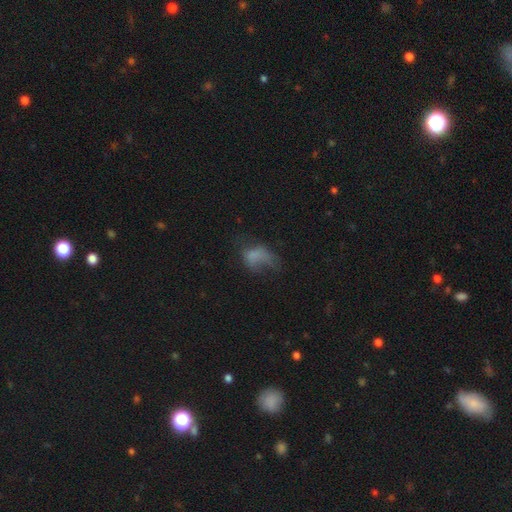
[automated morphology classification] Q: Smooth or featured?
A: smooth (53%); runner-up: featured or disk (31%)
Q: How rounded?
A: in between (78%); runner-up: round (19%)
Q: Merging?
A: major disturbance (50%); runner-up: none (25%)